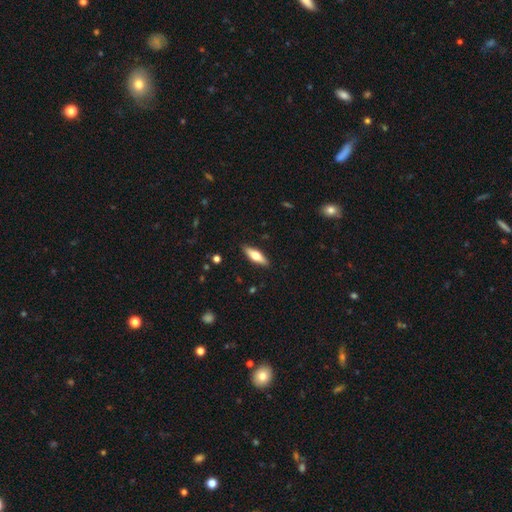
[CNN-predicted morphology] A smooth galaxy with no disk features (57%) that is cigar-shaped (50%).

Vote fractions:
- Smooth or featured? smooth: 57% / featured or disk: 38% / star or artifact: 6%
- How rounded? cigar-shaped: 50% / in between: 48% / round: 2%
- Merging? none: 89% / minor disturbance: 8% / major disturbance: 2% / merger: 1%